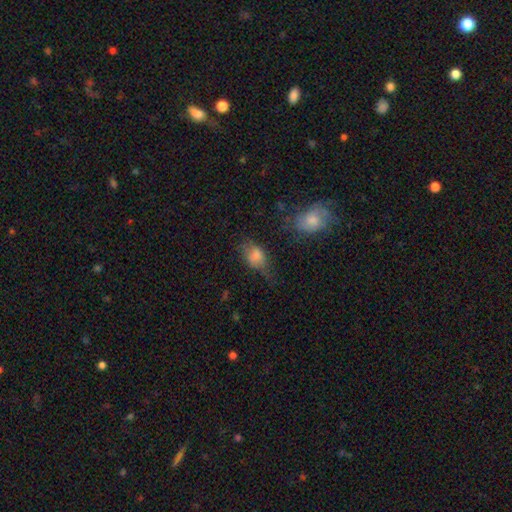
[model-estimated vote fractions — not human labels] Smooth or featured? Predicted: smooth (p=0.73). How rounded? Predicted: in between (p=0.81). Merging? Predicted: none (p=0.40).